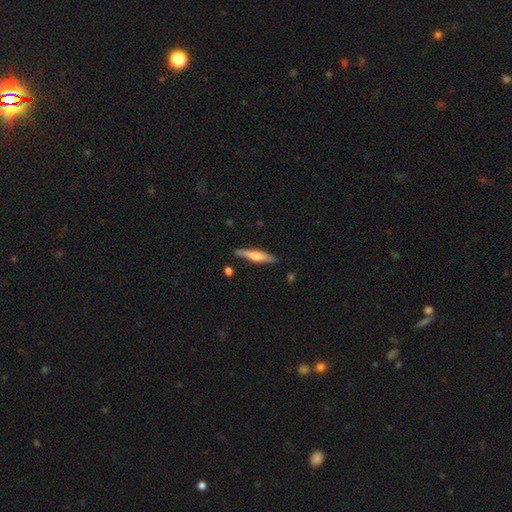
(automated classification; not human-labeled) Morphology: type=featured or disk (48%); merging=none (83%).